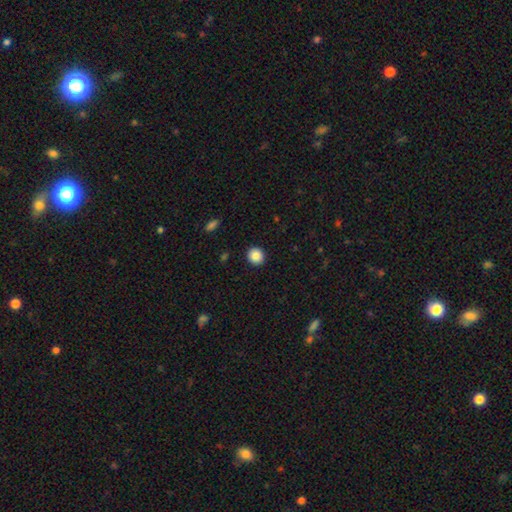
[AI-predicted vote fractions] A smooth galaxy with no disk features (86%) that is round (89%).

Vote fractions:
- Smooth or featured? smooth: 86% / star or artifact: 9% / featured or disk: 5%
- How rounded? round: 89% / in between: 10% / cigar-shaped: 1%
- Merging? none: 92% / minor disturbance: 5% / major disturbance: 2% / merger: 1%